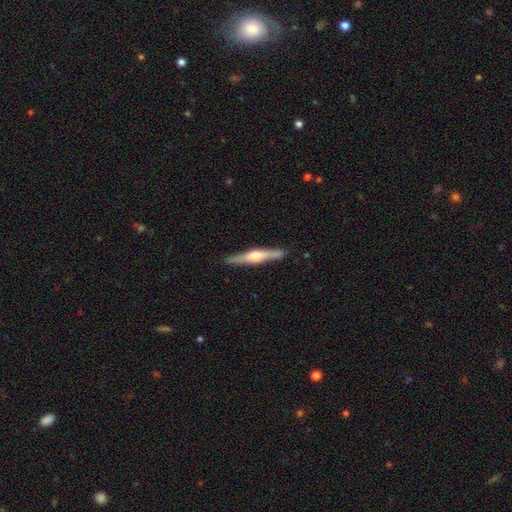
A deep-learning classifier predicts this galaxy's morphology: This is likely a featured or disk galaxy (69%). It is clearly viewed edge-on (97%). Edge-on bulge: clearly rounded (87%). Merging: clearly none (89%).